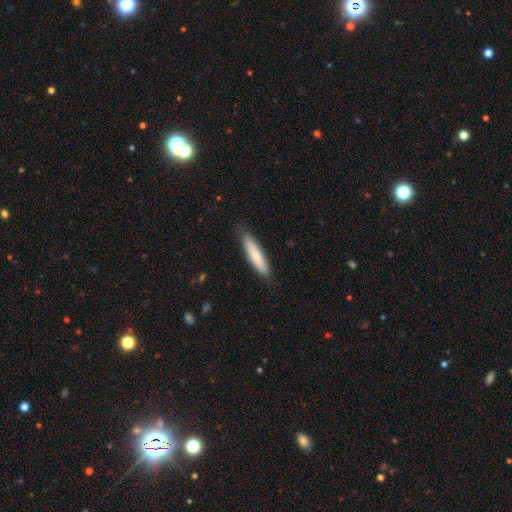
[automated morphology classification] Smooth or featured? smooth (76%)
How rounded? cigar-shaped (85%)
Merging? none (84%)